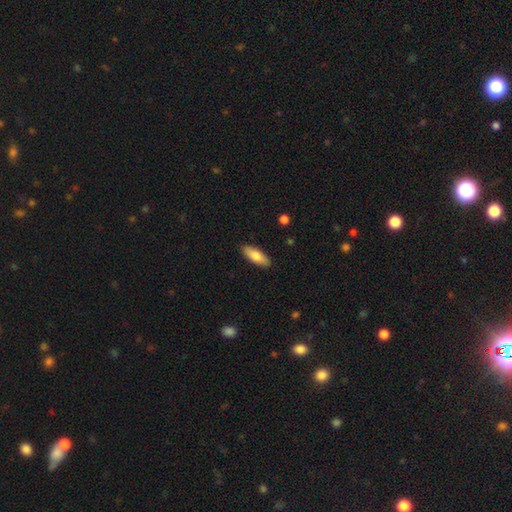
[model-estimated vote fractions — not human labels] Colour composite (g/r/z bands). It shows a smooth galaxy with no disk features (80%) that is in between round and cigar-shaped (75%). Merging: none (89%).